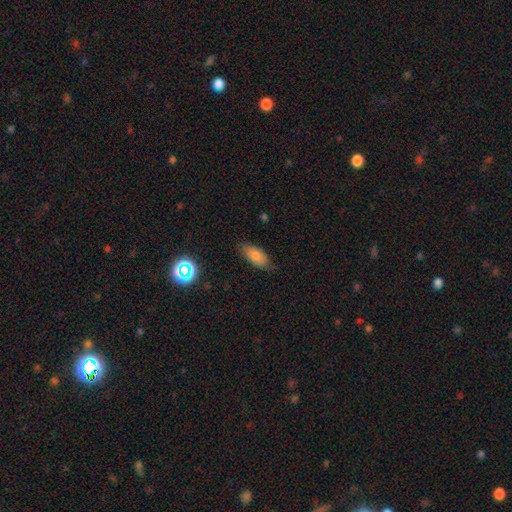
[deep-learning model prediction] This is clearly a smooth galaxy (81%). How rounded: clearly in between (85%). Merging: likely none (78%).